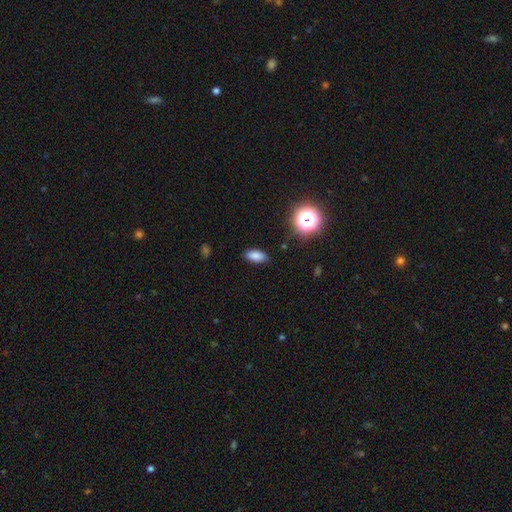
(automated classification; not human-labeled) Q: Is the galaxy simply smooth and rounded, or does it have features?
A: smooth — 81%.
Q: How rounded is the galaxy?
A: in between — 88%.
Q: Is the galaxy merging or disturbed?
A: none — 86%.